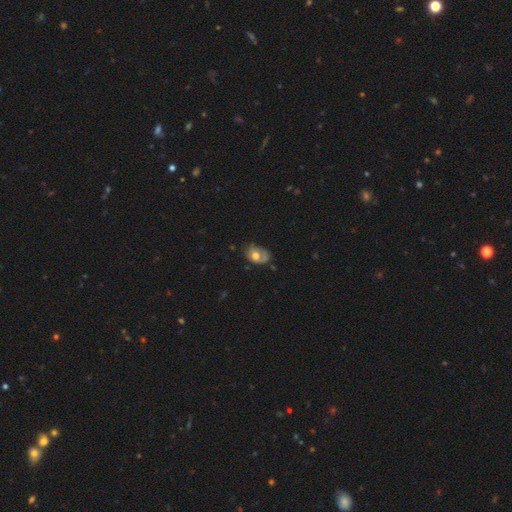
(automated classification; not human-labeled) A smooth galaxy with no disk features (59%) that is in between round and cigar-shaped (73%). Merging: none (39%).